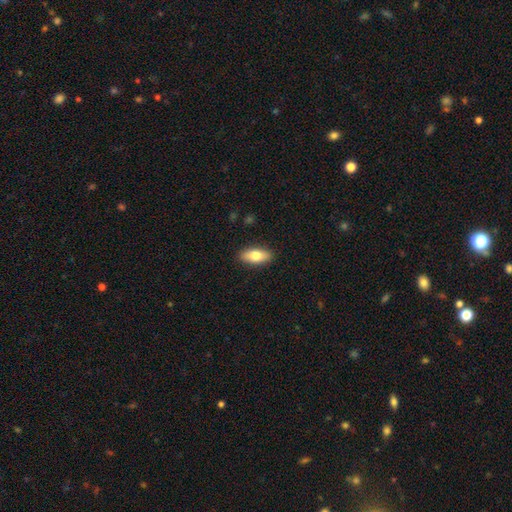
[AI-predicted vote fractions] smooth-or-featured: smooth: 77% | featured or disk: 17% | star or artifact: 6%
  how-rounded: in between: 84% | cigar-shaped: 13% | round: 3%
  merging: none: 89% | minor disturbance: 8% | major disturbance: 2% | merger: 1%